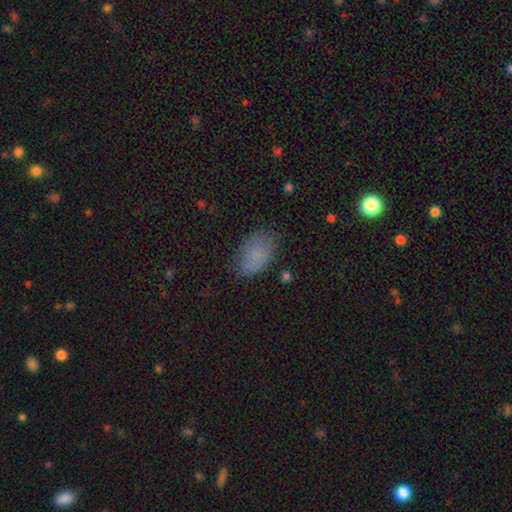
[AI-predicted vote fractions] smooth-or-featured: smooth: 81% | star or artifact: 11% | featured or disk: 9%
  how-rounded: in between: 91% | round: 7% | cigar-shaped: 2%
  merging: none: 71% | minor disturbance: 21% | major disturbance: 6% | merger: 2%